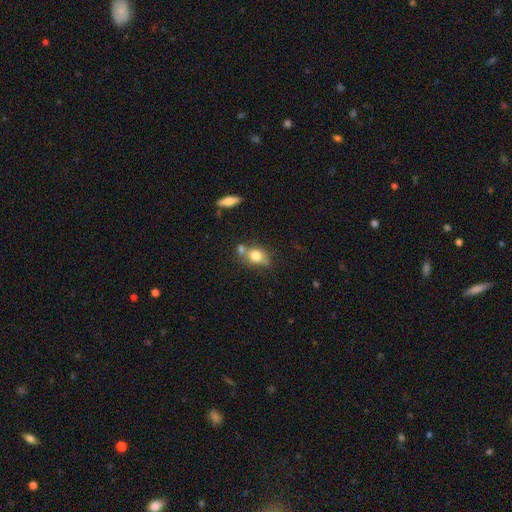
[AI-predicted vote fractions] smooth-or-featured: smooth: 74% | featured or disk: 17% | star or artifact: 10%
  how-rounded: in between: 55% | round: 42% | cigar-shaped: 4%
  merging: none: 48% | merger: 28% | minor disturbance: 18% | major disturbance: 6%